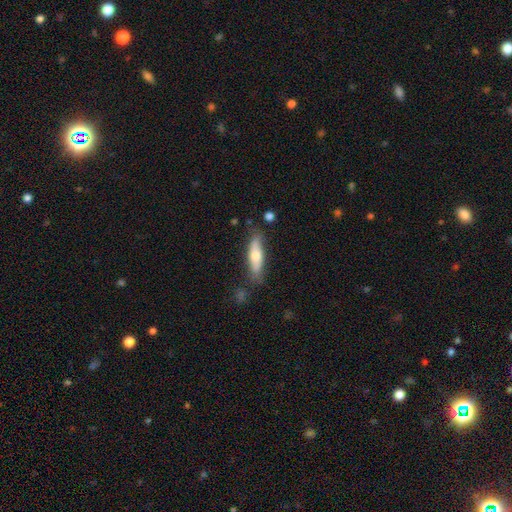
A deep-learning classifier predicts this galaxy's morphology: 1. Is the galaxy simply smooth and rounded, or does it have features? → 59% smooth, 35% featured or disk, 6% star or artifact.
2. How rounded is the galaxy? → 65% cigar-shaped, 33% in between, 2% round.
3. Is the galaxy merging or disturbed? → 75% none, 18% minor disturbance, 4% major disturbance, 3% merger.